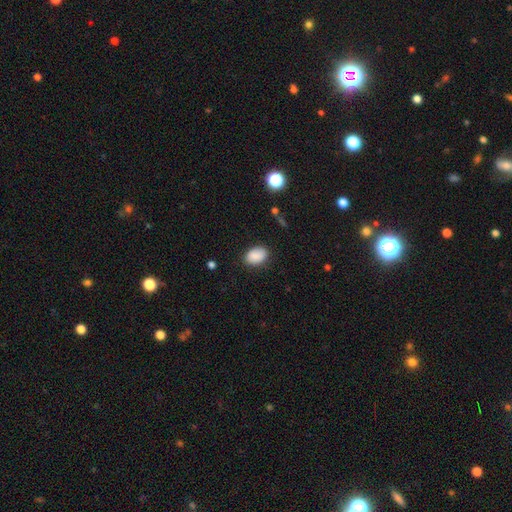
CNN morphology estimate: This is clearly a smooth galaxy (88%). How rounded: clearly in between (86%). Merging: clearly none (83%).